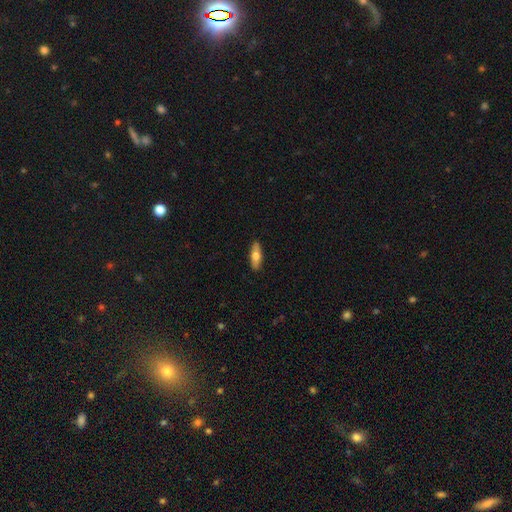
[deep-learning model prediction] smooth 63%, featured or disk 31%, star or artifact 6%. Down the decision tree: how rounded — in between (56%); merging — none (89%).